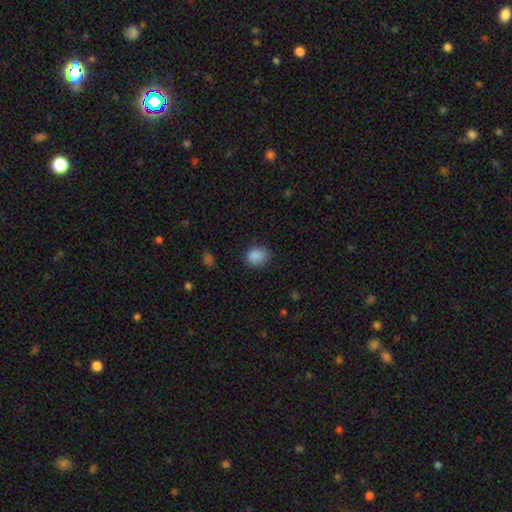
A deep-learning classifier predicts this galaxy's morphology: Overall: smooth (87%). How rounded: round (64%; in between 35%). Merging: none (81%).